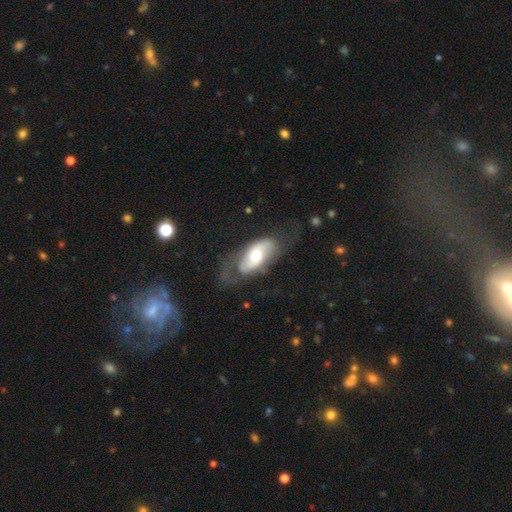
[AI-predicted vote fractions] Smooth or featured?
  - featured or disk: 59% *
  - smooth: 35%
  - star or artifact: 6%
Edge-on disk?
  - no: 89% *
  - yes: 11%
Bar?
  - no: 63% *
  - weak: 23%
  - strong: 14%
Spiral arms?
  - yes: 64% *
  - no: 36%
Bulge size?
  - moderate: 69% *
  - small: 16%
  - large: 13%
  - dominant: 2%
  - none: 1%
Merging?
  - none: 53% *
  - major disturbance: 23%
  - minor disturbance: 22%
  - merger: 2%